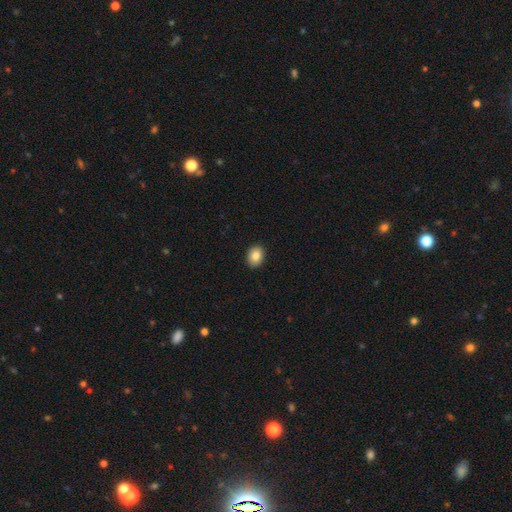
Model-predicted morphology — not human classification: Overall: smooth (84%). How rounded: in between (54%; round 45%). Merging: none (91%).